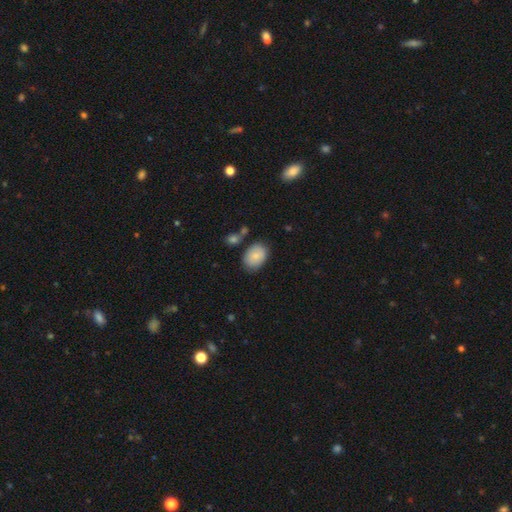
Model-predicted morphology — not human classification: smooth_or_featured: smooth (p=0.78) [alt: featured or disk p=0.15]
how_rounded: in between (p=0.75) [alt: round p=0.24]
merging: none (p=0.72) [alt: minor disturbance p=0.18]